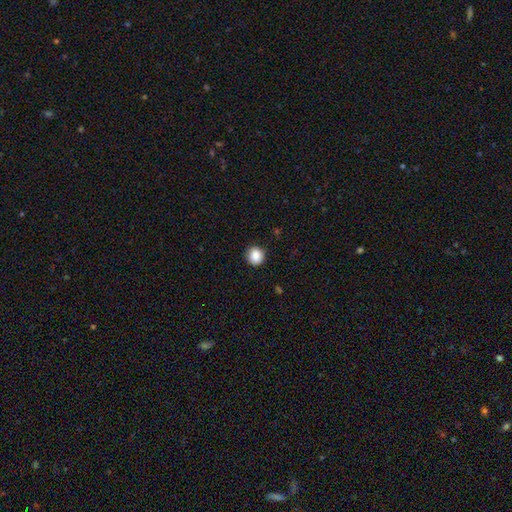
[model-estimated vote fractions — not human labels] Smooth or featured? smooth (88%)
How rounded? round (89%)
Merging? none (89%)